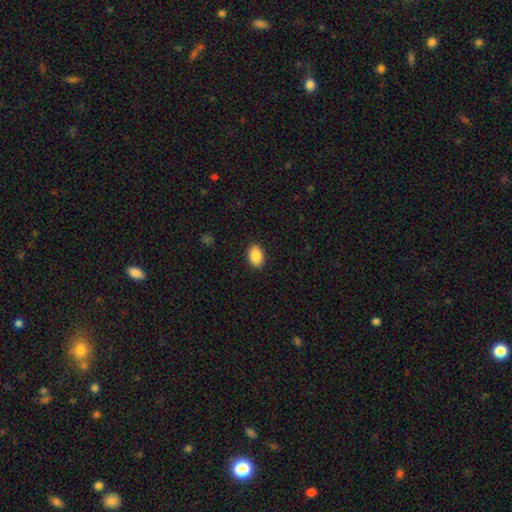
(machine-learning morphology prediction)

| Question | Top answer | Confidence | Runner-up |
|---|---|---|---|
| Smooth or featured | smooth | 89% | star or artifact (7%) |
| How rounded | in between | 87% | round (12%) |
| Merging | none | 89% | minor disturbance (8%) |